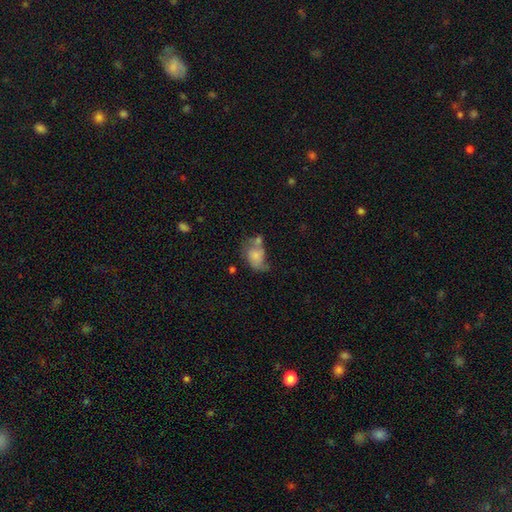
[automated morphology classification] Smooth or featured? smooth (65%)
How rounded? in between (76%)
Merging? merger (30%)